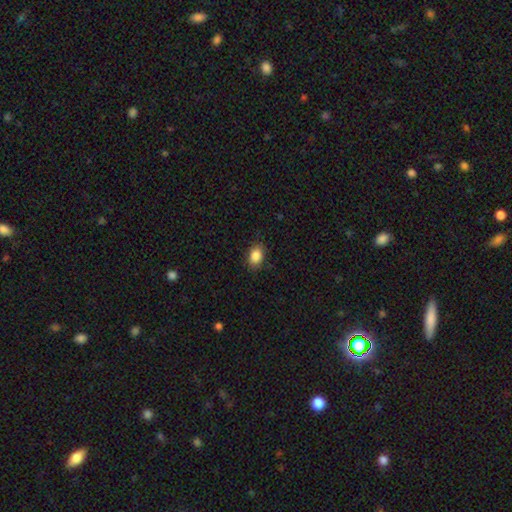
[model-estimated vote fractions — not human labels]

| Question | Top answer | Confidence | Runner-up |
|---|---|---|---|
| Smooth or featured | smooth | 87% | star or artifact (8%) |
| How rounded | in between | 80% | round (19%) |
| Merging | none | 84% | minor disturbance (12%) |